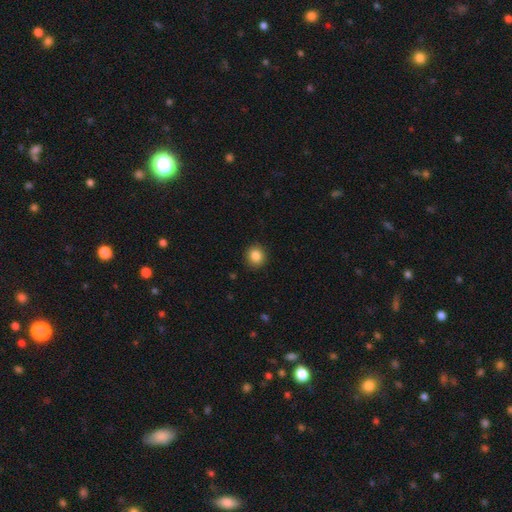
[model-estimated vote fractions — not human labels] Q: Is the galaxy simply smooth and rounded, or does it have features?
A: smooth — 86%.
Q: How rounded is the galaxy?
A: round — 89%.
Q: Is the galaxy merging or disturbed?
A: none — 91%.